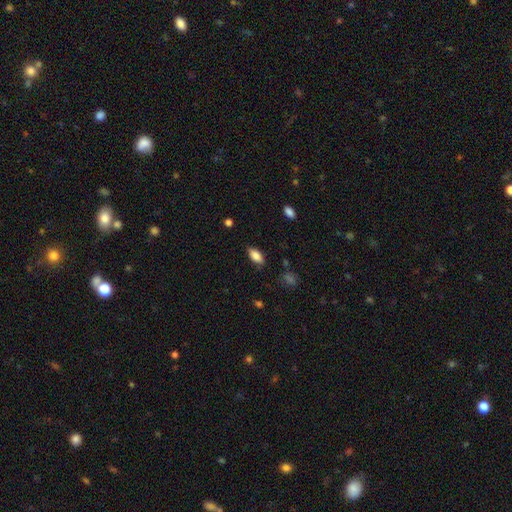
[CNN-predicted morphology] A smooth galaxy with no disk features (83%) that is in between round and cigar-shaped (88%). Merging: none (82%).